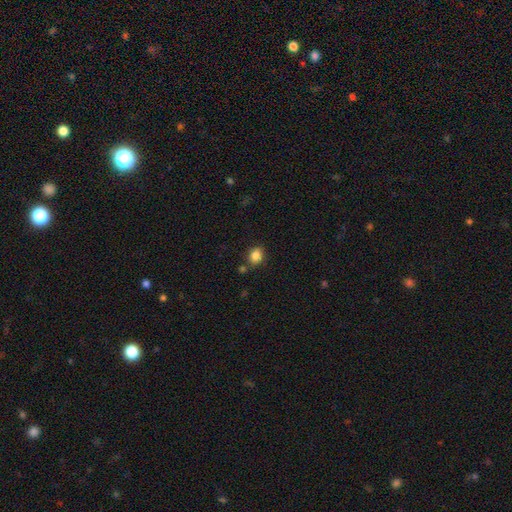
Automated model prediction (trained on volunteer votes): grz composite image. It shows a smooth galaxy with no disk features (85%) that is round (60%). Merging: none (76%).